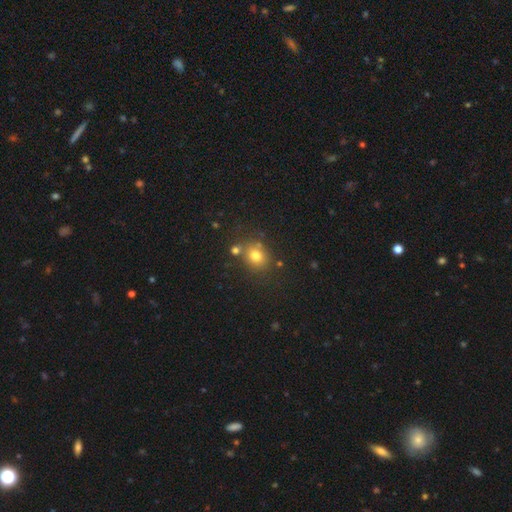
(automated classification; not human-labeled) Smooth or featured? Predicted: smooth (p=0.76). How rounded? Predicted: round (p=0.69). Merging? Predicted: none (p=0.70).